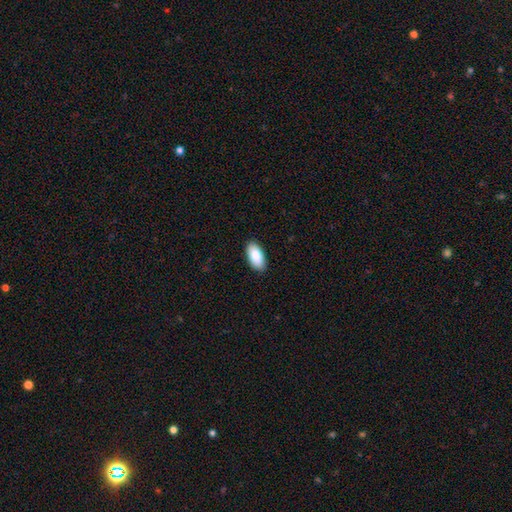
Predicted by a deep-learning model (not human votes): Smooth or featured: smooth — 88% (featured or disk — 6%)
How rounded: in between — 94% (cigar-shaped — 4%)
Merging: none — 90% (minor disturbance — 7%)